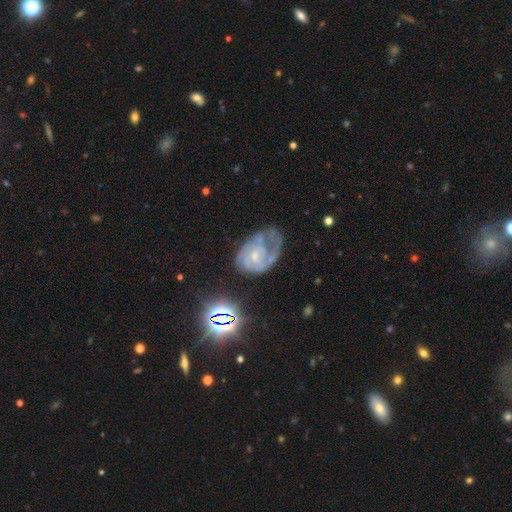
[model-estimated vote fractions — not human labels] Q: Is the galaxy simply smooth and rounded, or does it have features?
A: featured or disk — 74%.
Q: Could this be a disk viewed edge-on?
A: no — 97%.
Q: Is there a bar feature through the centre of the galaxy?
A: no — 64%.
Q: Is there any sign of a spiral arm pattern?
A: yes — 81%.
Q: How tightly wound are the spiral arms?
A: tight — 47%.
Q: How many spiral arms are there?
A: can't tell — 39%.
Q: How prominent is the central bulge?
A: small — 58%.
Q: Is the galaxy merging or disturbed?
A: none — 36%.